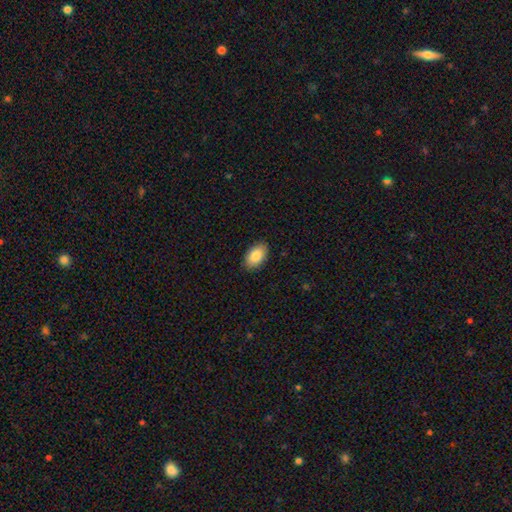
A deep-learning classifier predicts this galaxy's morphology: This appears to be a smooth galaxy with no disk features (85%) that is in between round and cigar-shaped (93%). Merging: none (87%).